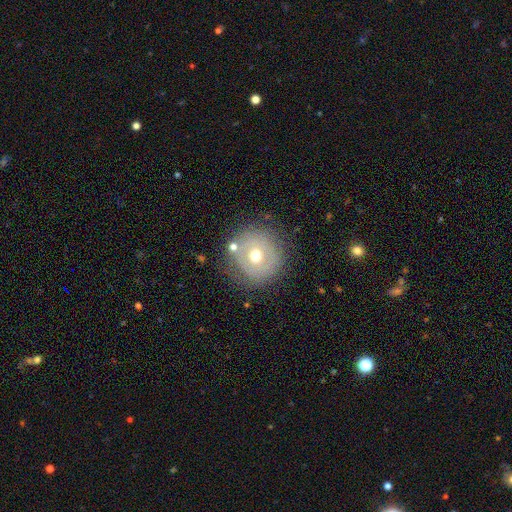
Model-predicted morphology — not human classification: A smooth galaxy with no disk features (53%) that is round (92%).

Vote fractions:
- Smooth or featured? smooth: 53% / featured or disk: 36% / star or artifact: 11%
- How rounded? round: 92% / in between: 7% / cigar-shaped: 1%
- Merging? none: 75% / minor disturbance: 14% / major disturbance: 6% / merger: 4%